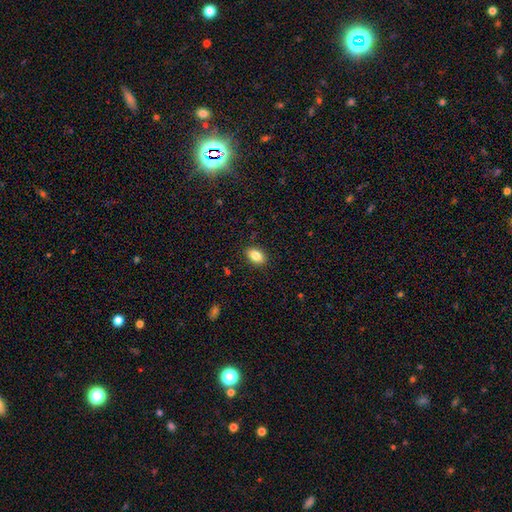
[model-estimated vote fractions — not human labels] The model was most divided on "smooth or featured": smooth: 84%, star or artifact: 8%, featured or disk: 7%. More confident: merging — none (89%); how rounded — in between (88%).